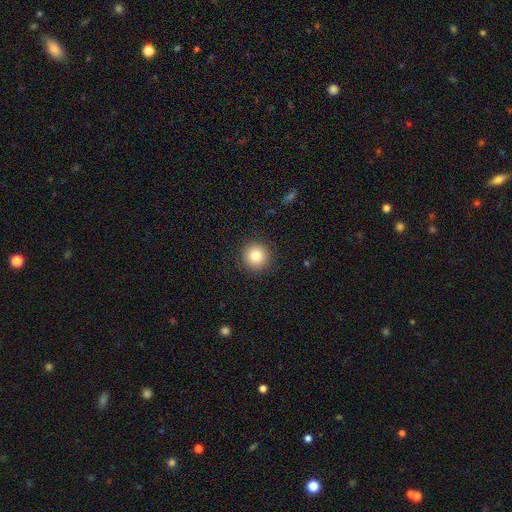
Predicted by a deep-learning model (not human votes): A smooth galaxy with no disk features (81%) that is round (95%). Merging: none (91%).